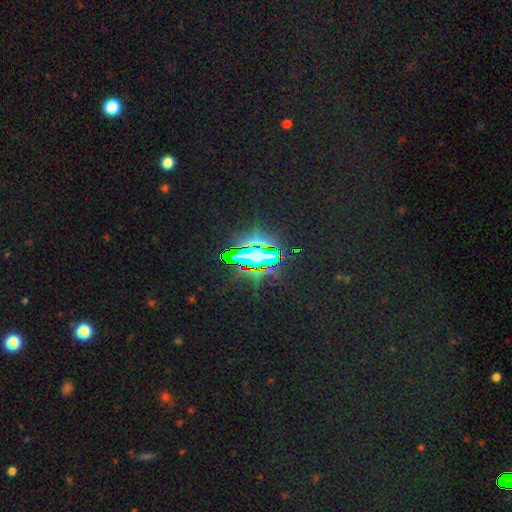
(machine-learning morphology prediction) type=star or artifact (76%).